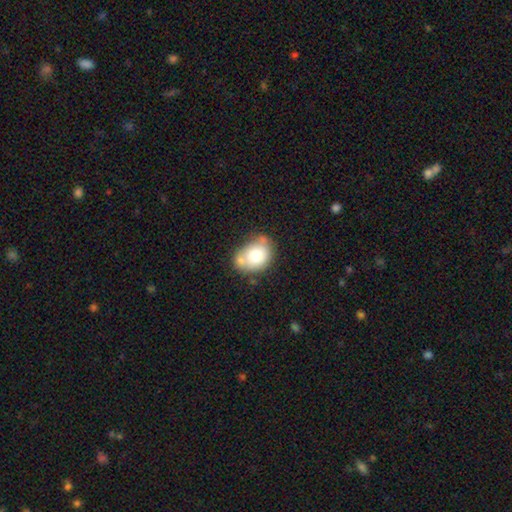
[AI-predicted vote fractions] Overall: smooth (75%). How rounded: in between (63%; round 36%). Merging: none (44%; merger 26%).